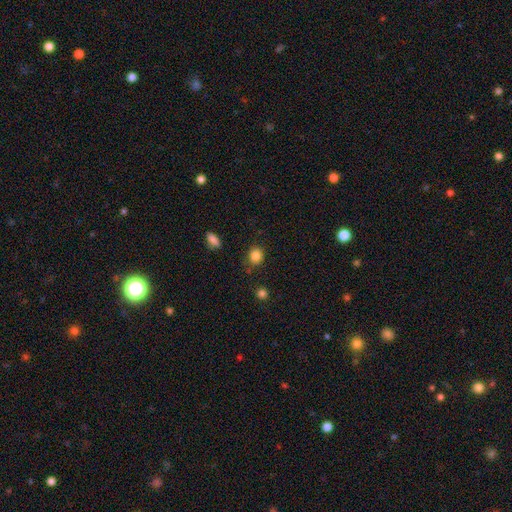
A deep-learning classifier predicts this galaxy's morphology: smooth 85%, star or artifact 11%, featured or disk 4%. Down the decision tree: how rounded — round (80%); merging — none (83%).